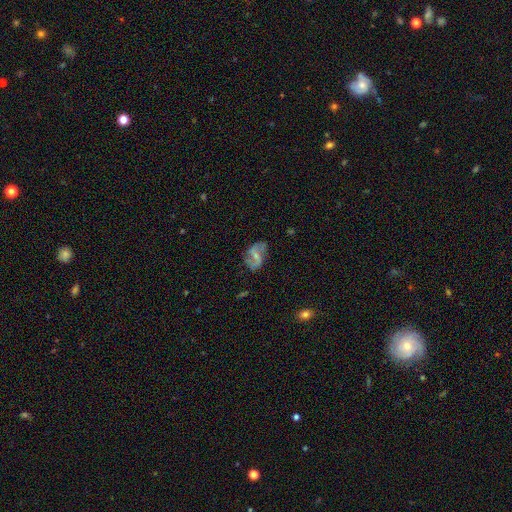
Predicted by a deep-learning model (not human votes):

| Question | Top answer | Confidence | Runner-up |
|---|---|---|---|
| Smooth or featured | featured or disk | 71% | smooth (21%) |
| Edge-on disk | no | 97% | yes (3%) |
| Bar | weak | 48% | no (27%) |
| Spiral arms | yes | 86% | no (14%) |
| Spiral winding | loose | 56% | medium (34%) |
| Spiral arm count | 2 | 88% | can't tell (7%) |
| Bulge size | small | 52% | moderate (30%) |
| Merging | none | 64% | minor disturbance (22%) |